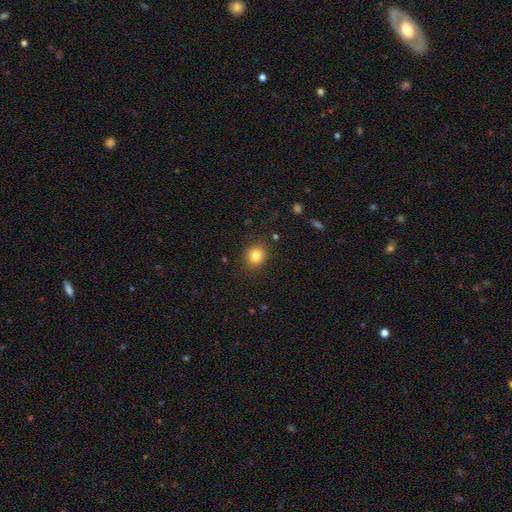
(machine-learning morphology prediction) A smooth galaxy with no disk features (82%) that is round (81%). Merging: none (88%).